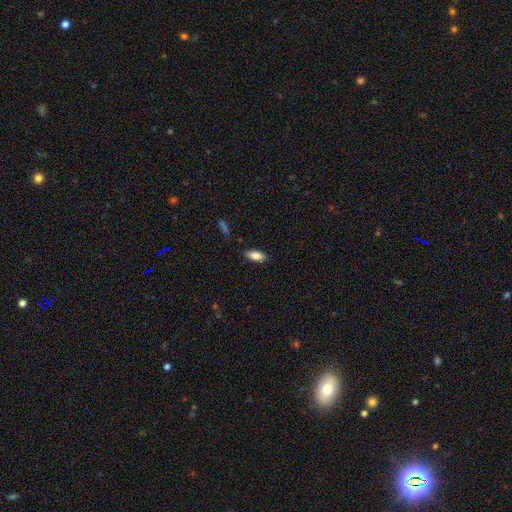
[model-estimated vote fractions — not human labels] A smooth galaxy with no disk features (82%) that is in between round and cigar-shaped (81%).

Vote fractions:
- Smooth or featured? smooth: 82% / featured or disk: 10% / star or artifact: 7%
- How rounded? in between: 81% / cigar-shaped: 17% / round: 2%
- Merging? none: 85% / minor disturbance: 11% / major disturbance: 2% / merger: 1%